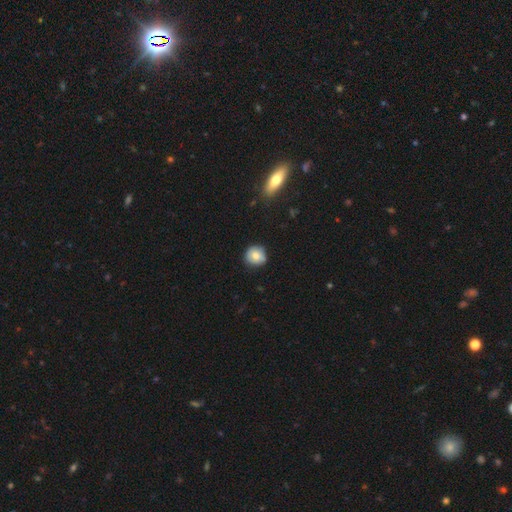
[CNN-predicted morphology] Overall: smooth (76%). How rounded: round (89%). Merging: none (79%).